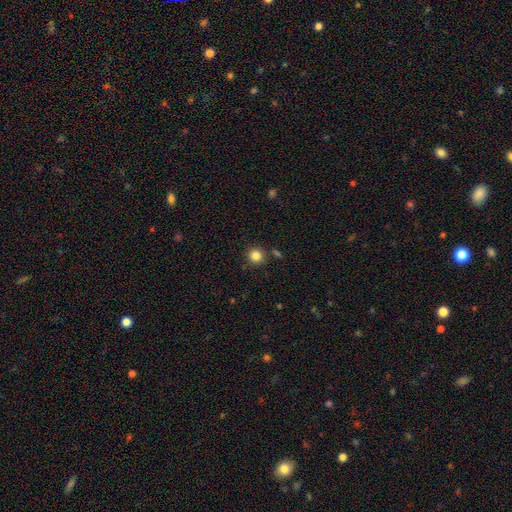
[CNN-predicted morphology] smooth_or_featured: smooth (p=0.84) [alt: star or artifact p=0.12]
how_rounded: round (p=0.94) [alt: in between p=0.05]
merging: none (p=0.87) [alt: minor disturbance p=0.07]